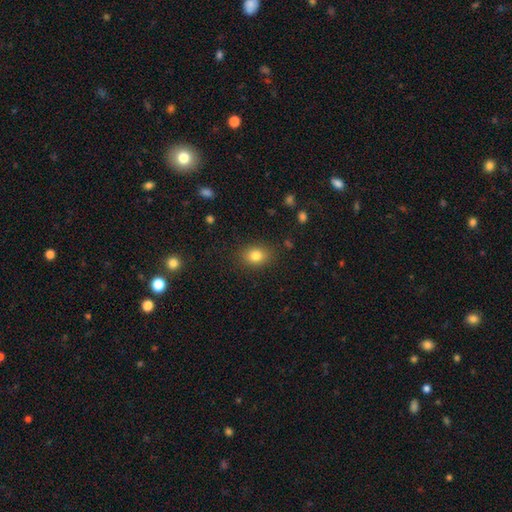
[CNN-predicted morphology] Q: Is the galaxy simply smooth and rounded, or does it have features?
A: smooth — 81%.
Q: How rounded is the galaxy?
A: in between — 56%.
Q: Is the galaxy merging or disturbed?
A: none — 86%.